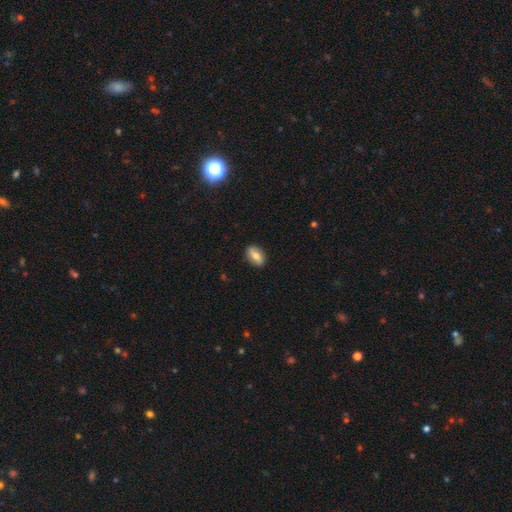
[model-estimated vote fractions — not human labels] Morphology: type=smooth (68%); roundness=in between (86%); merging=none (88%).